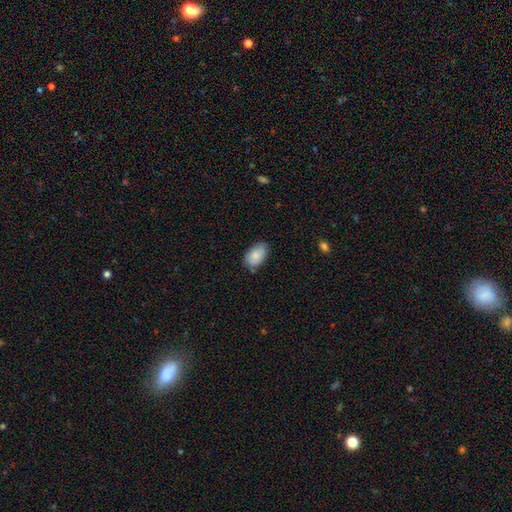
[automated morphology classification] A smooth galaxy with no disk features (86%) that is in between round and cigar-shaped (93%).

Vote fractions:
- Smooth or featured? smooth: 86% / featured or disk: 8% / star or artifact: 6%
- How rounded? in between: 93% / round: 5% / cigar-shaped: 1%
- Merging? none: 77% / minor disturbance: 19% / major disturbance: 3% / merger: 2%